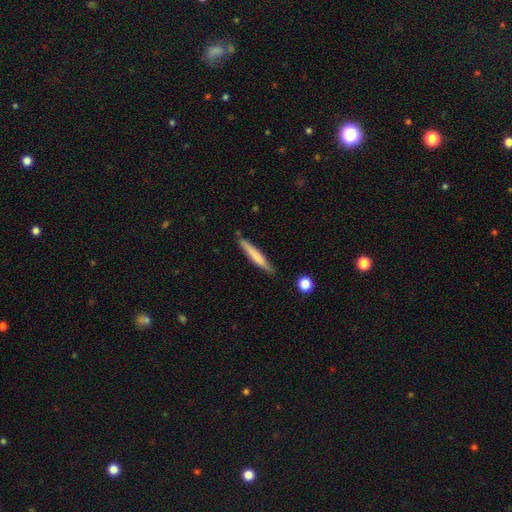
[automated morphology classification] This is likely a smooth galaxy (66%). How rounded: clearly cigar-shaped (94%). Merging: clearly none (82%).